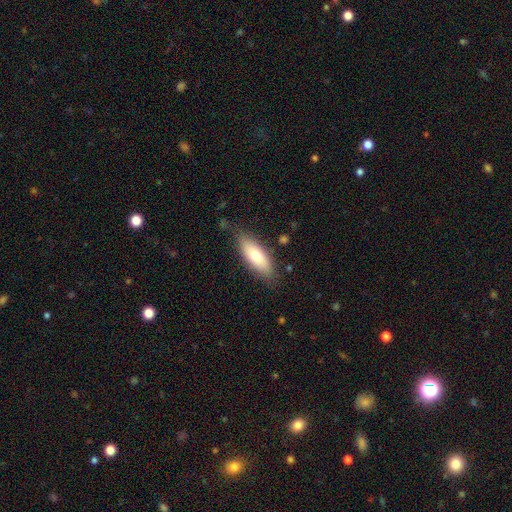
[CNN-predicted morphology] smooth_or_featured: smooth (p=0.73) [alt: featured or disk p=0.20]
how_rounded: in between (p=0.68) [alt: cigar-shaped p=0.30]
merging: none (p=0.80) [alt: minor disturbance p=0.15]